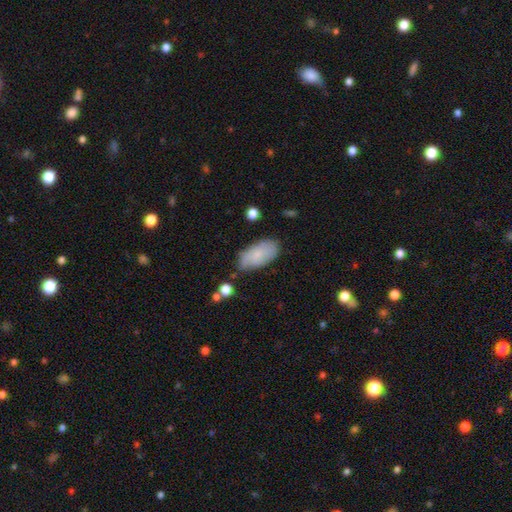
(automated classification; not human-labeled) Smooth or featured? smooth (73%)
How rounded? in between (93%)
Merging? none (66%)